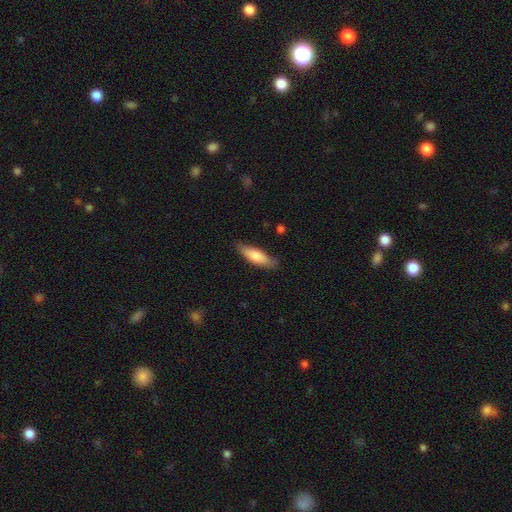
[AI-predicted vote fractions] smooth_or_featured: smooth (p=0.72) [alt: featured or disk p=0.22]
how_rounded: in between (p=0.50) [alt: cigar-shaped p=0.48]
merging: none (p=0.79) [alt: minor disturbance p=0.17]